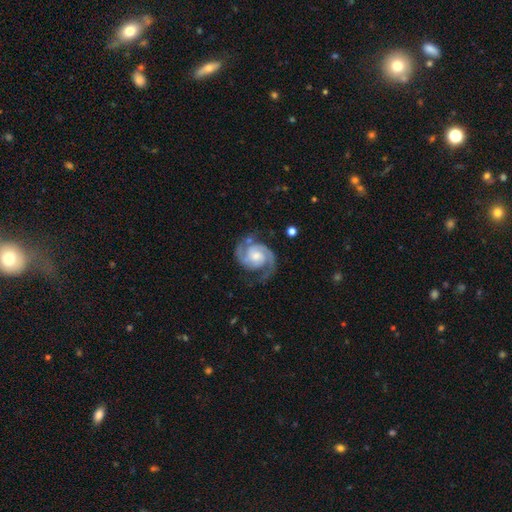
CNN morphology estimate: The model was most divided on "spiral winding": medium: 51%, tight: 40%, loose: 9%. Remaining: spiral arms — yes (99%); edge-on disk — no (98%); smooth or featured — featured or disk (92%); spiral arm count — 2 (92%); merging — none (74%); bar — no (61%); bulge size — moderate (49%).